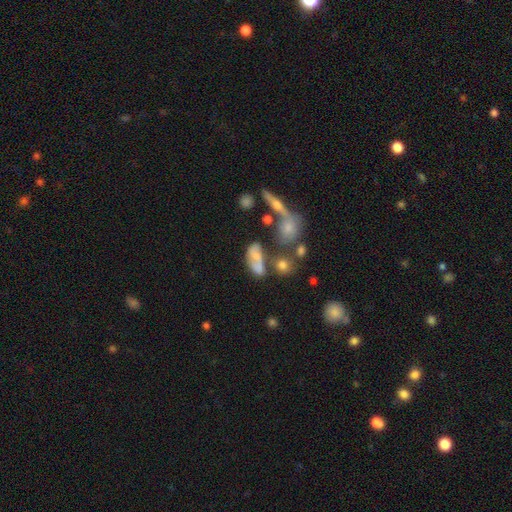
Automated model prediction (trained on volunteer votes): smooth_or_featured: smooth (p=0.47) [alt: featured or disk p=0.37]
merging: none (p=0.40) [alt: merger p=0.26]